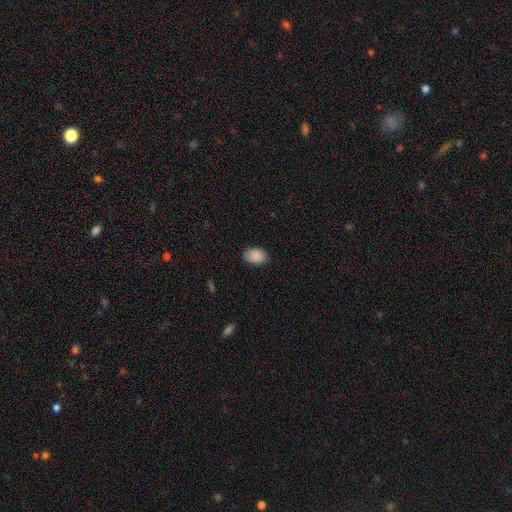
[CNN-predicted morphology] The model was most divided on "merging": none: 80%, minor disturbance: 16%, major disturbance: 3%, merger: 1%. More confident: smooth or featured — smooth (89%); how rounded — in between (85%).